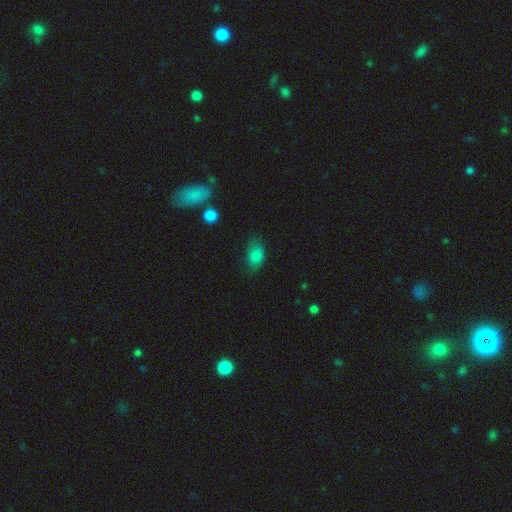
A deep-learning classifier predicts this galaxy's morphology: smooth-or-featured: smooth: 82% | star or artifact: 10% | featured or disk: 8%
  how-rounded: in between: 87% | round: 11% | cigar-shaped: 2%
  merging: none: 59% | minor disturbance: 29% | major disturbance: 10% | merger: 2%